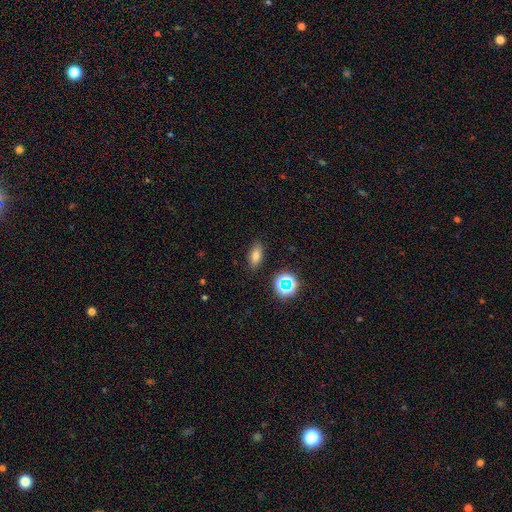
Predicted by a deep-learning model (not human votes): A smooth galaxy with no disk features (74%) that is in between round and cigar-shaped (80%).

Vote fractions:
- Smooth or featured? smooth: 74% / star or artifact: 15% / featured or disk: 11%
- How rounded? in between: 80% / cigar-shaped: 12% / round: 9%
- Merging? none: 86% / minor disturbance: 10% / major disturbance: 3% / merger: 2%